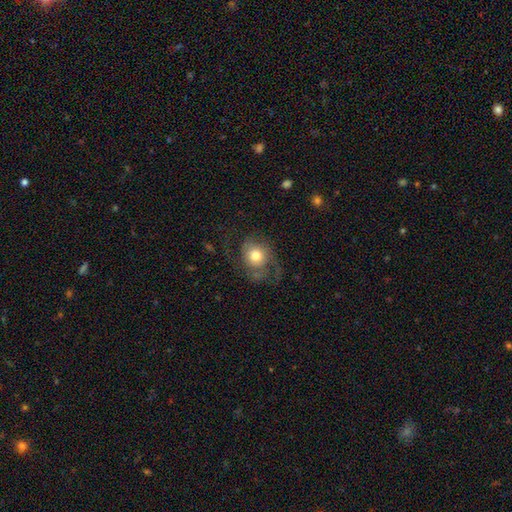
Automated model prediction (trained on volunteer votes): smooth_or_featured: smooth (p=0.57) [alt: featured or disk p=0.35]
how_rounded: round (p=0.70) [alt: in between p=0.29]
merging: none (p=0.45) [alt: major disturbance p=0.32]